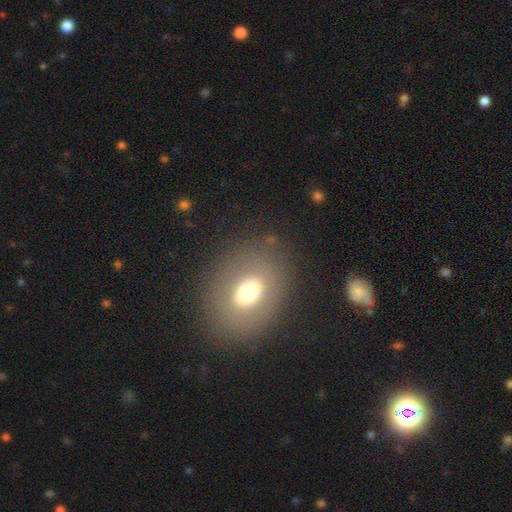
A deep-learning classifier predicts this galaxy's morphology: Smooth or featured? Predicted: smooth (p=0.61). How rounded? Predicted: in between (p=0.67). Merging? Predicted: none (p=0.84).